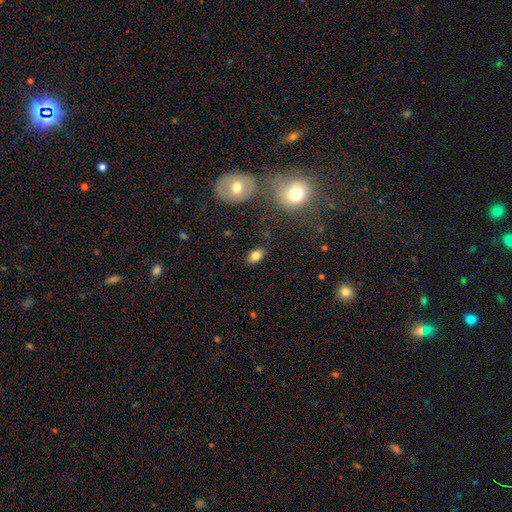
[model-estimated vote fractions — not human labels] Morphology: type=smooth (80%); roundness=in between (86%); merging=none (84%).